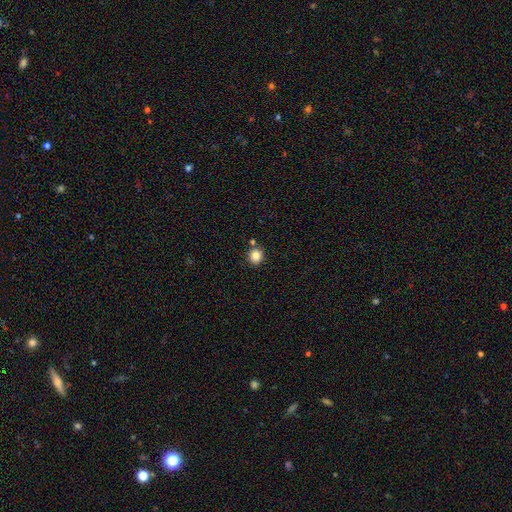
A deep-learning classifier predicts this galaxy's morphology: Smooth or featured: smooth — 84% (star or artifact — 11%)
How rounded: round — 90% (in between — 9%)
Merging: none — 83% (merger — 8%)